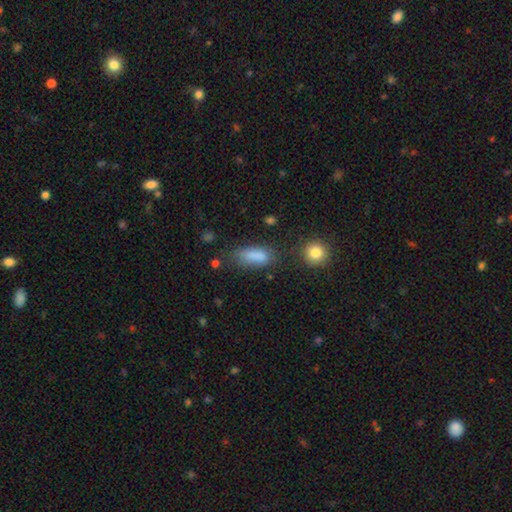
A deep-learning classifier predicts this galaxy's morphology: Q: Smooth or featured?
A: smooth (83%); runner-up: star or artifact (10%)
Q: How rounded?
A: in between (75%); runner-up: cigar-shaped (21%)
Q: Merging?
A: none (57%); runner-up: minor disturbance (25%)